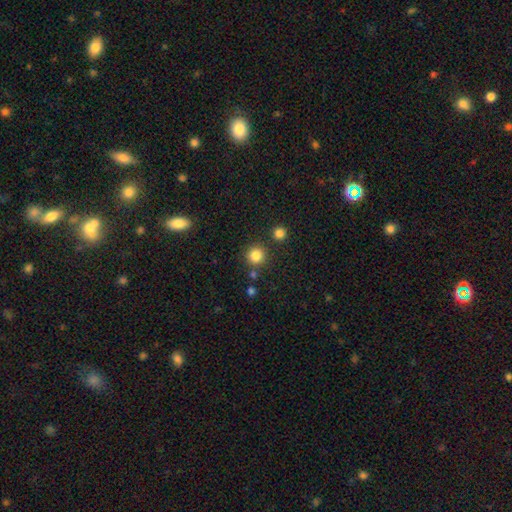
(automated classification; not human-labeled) Smooth or featured? Predicted: smooth (p=0.84). How rounded? Predicted: round (p=0.94). Merging? Predicted: none (p=0.84).